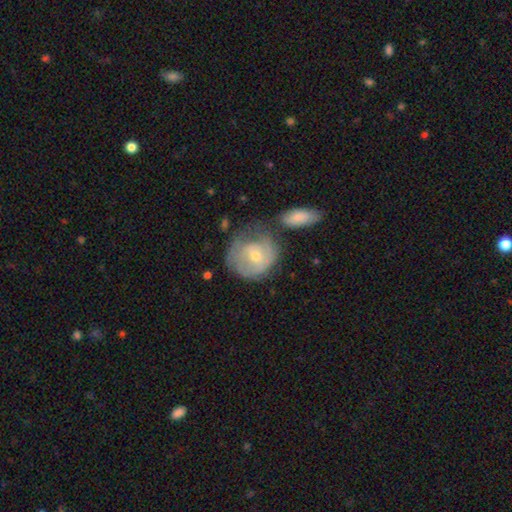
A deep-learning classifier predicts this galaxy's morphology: Overall: featured or disk (48%; smooth 45%). Merging: none (41%; minor disturbance 27%).